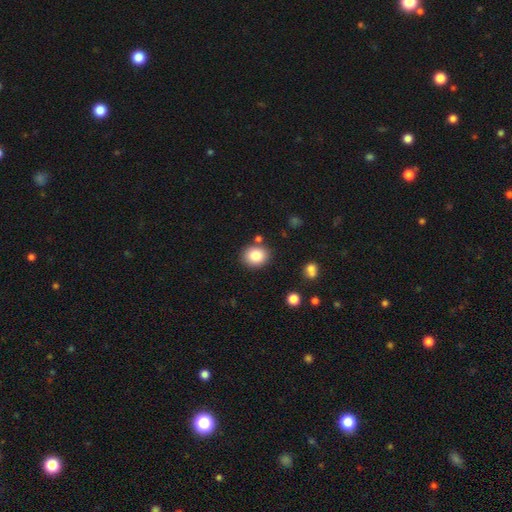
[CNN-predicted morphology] A smooth galaxy with no disk features (83%) that is round (61%).

Vote fractions:
- Smooth or featured? smooth: 83% / star or artifact: 9% / featured or disk: 7%
- How rounded? round: 61% / in between: 38% / cigar-shaped: 1%
- Merging? none: 83% / minor disturbance: 9% / merger: 5% / major disturbance: 2%